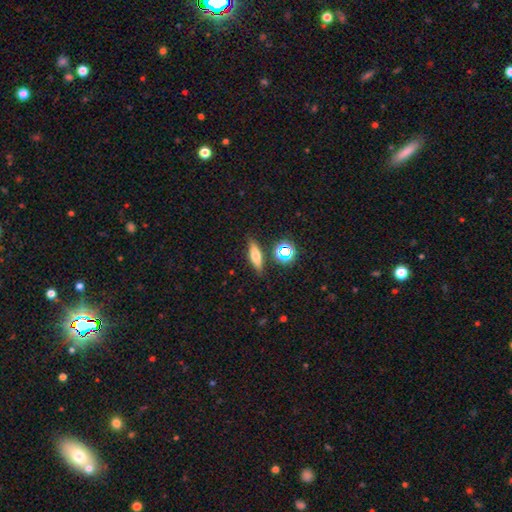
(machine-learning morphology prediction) smooth-or-featured: smooth: 61% | featured or disk: 26% | star or artifact: 14%
  how-rounded: cigar-shaped: 51% | in between: 42% | round: 7%
  merging: none: 83% | minor disturbance: 10% | merger: 4% | major disturbance: 3%